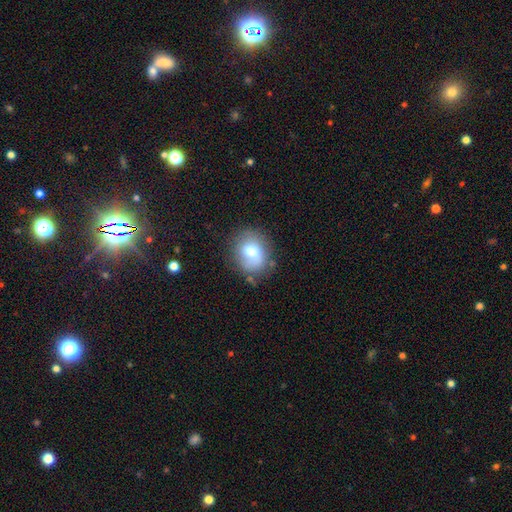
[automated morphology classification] A smooth galaxy with no disk features (72%) that is round (55%).

Vote fractions:
- Smooth or featured? smooth: 72% / featured or disk: 19% / star or artifact: 9%
- How rounded? round: 55% / in between: 44% / cigar-shaped: 1%
- Merging? none: 69% / minor disturbance: 20% / major disturbance: 7% / merger: 4%